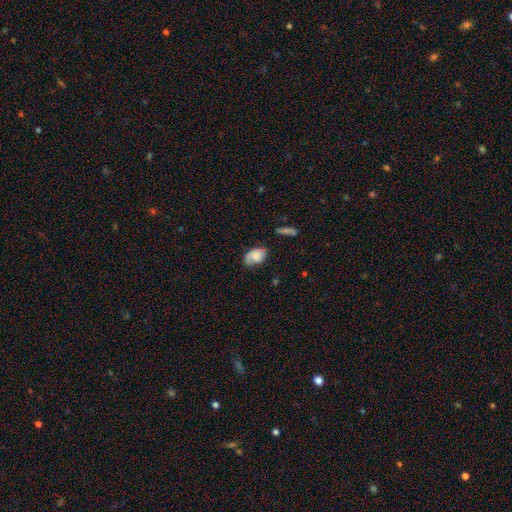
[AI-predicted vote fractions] smooth_or_featured: smooth (p=0.62) [alt: featured or disk p=0.30]
how_rounded: in between (p=0.84) [alt: round p=0.14]
merging: none (p=0.52) [alt: minor disturbance p=0.32]